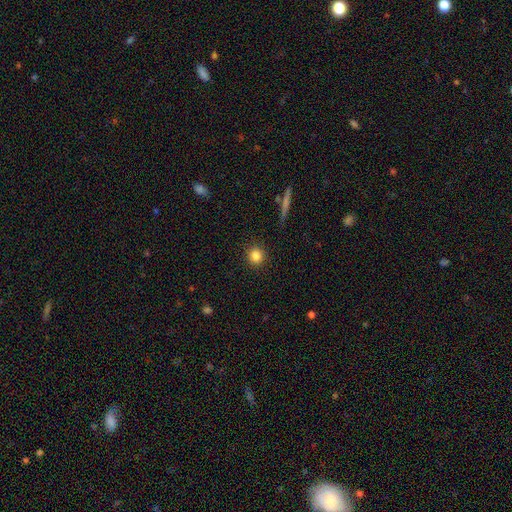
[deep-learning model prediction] Smooth or featured? Predicted: smooth (p=0.83). How rounded? Predicted: round (p=0.91). Merging? Predicted: none (p=0.91).